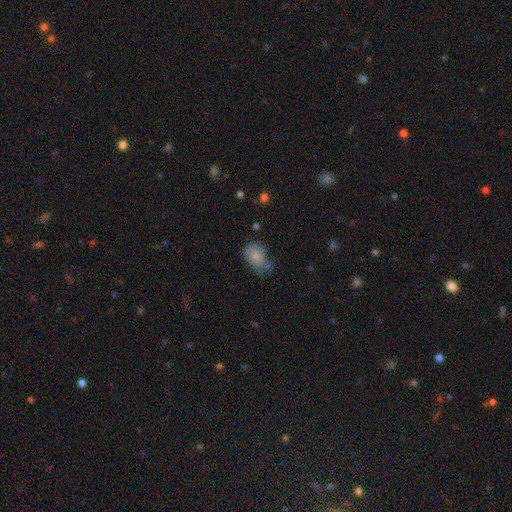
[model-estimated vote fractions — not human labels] Smooth or featured?
  - smooth: 73% *
  - featured or disk: 18%
  - star or artifact: 9%
How rounded?
  - in between: 66% *
  - round: 32%
  - cigar-shaped: 1%
Merging?
  - none: 38% *
  - minor disturbance: 36%
  - major disturbance: 16%
  - merger: 10%